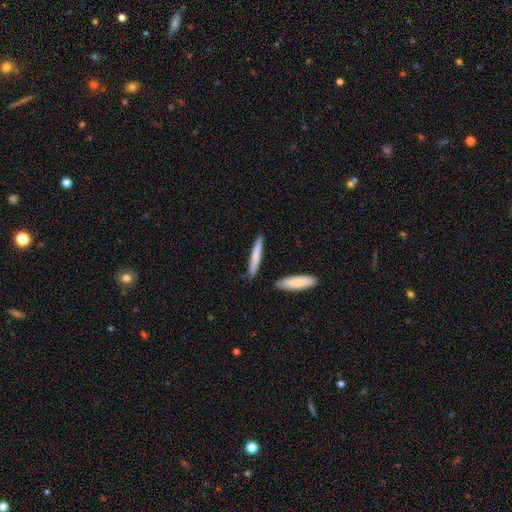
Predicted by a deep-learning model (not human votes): Q: Smooth or featured?
A: smooth (75%); runner-up: featured or disk (21%)
Q: How rounded?
A: cigar-shaped (93%); runner-up: in between (6%)
Q: Merging?
A: none (86%); runner-up: minor disturbance (8%)